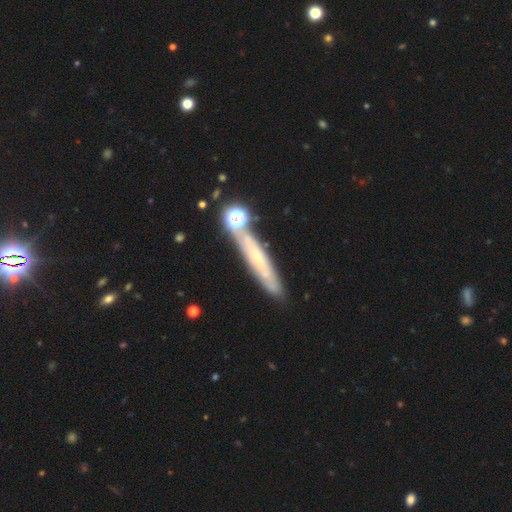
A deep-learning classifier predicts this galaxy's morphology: Smooth or featured? featured or disk (56%)
Edge-on disk? yes (64%)
Merging? none (69%)